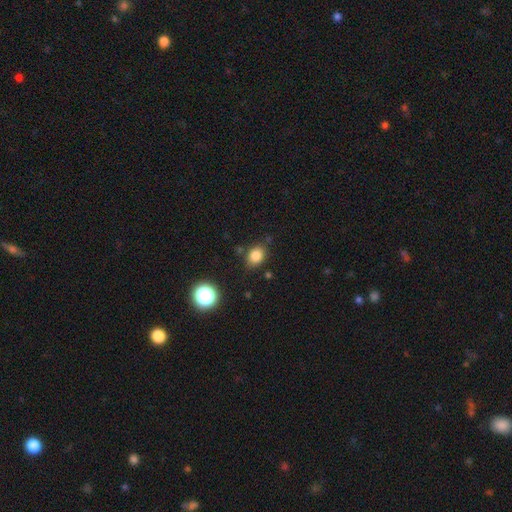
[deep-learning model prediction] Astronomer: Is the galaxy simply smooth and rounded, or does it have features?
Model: smooth — 82%.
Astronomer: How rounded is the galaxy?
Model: in between — 56% (runner-up: round, 42%).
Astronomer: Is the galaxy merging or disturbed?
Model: none — 80%.